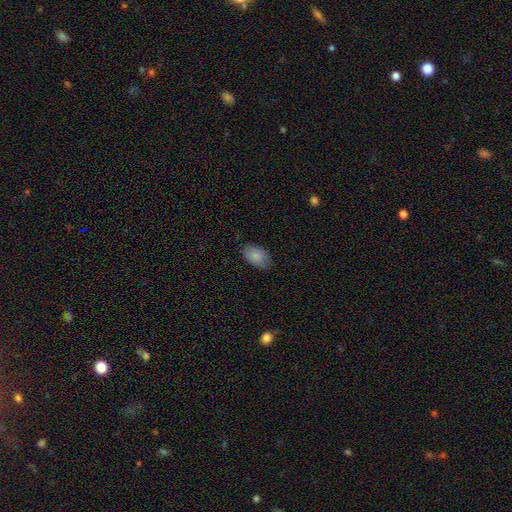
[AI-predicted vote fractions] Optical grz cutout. It shows a smooth galaxy with no disk features (87%) that is in between round and cigar-shaped (92%). Merging: none (81%).